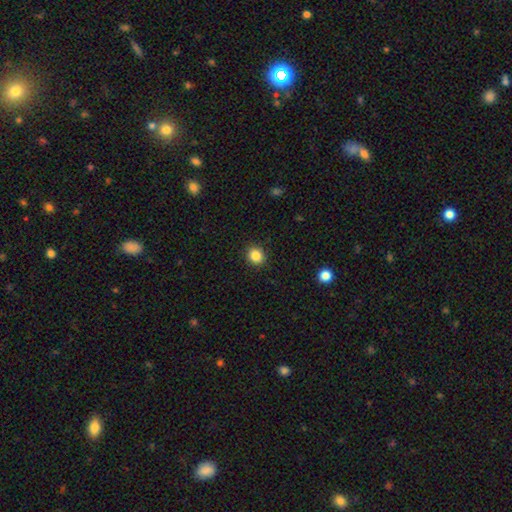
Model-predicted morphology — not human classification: Smooth or featured? Predicted: smooth (p=0.85). How rounded? Predicted: round (p=0.85). Merging? Predicted: none (p=0.91).